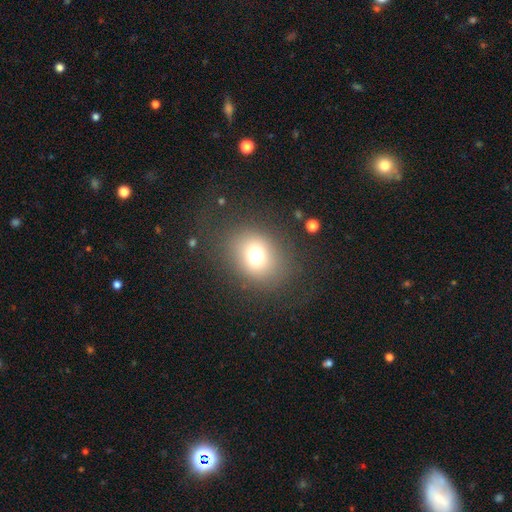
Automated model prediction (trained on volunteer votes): Q: Smooth or featured?
A: smooth (69%); runner-up: star or artifact (19%)
Q: How rounded?
A: round (67%); runner-up: in between (32%)
Q: Merging?
A: none (80%); runner-up: minor disturbance (10%)